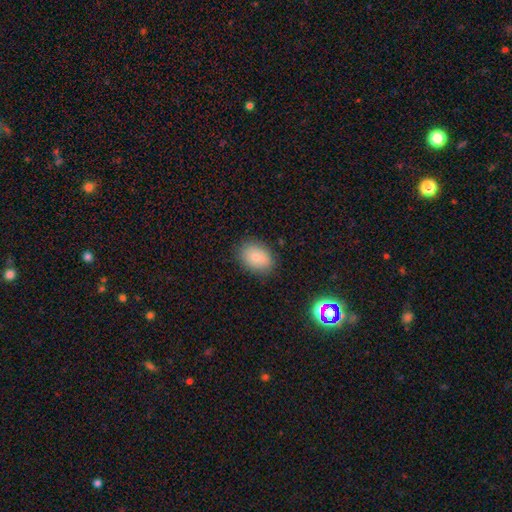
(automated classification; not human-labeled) Smooth or featured: smooth — 82% (star or artifact — 10%)
How rounded: in between — 78% (round — 21%)
Merging: none — 85% (minor disturbance — 11%)